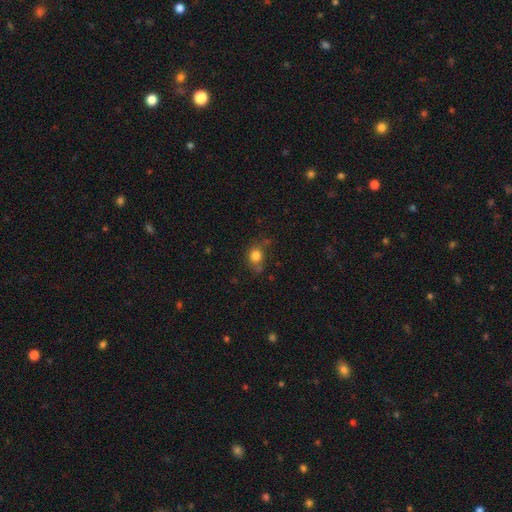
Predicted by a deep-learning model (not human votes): smooth-or-featured: smooth: 81% | star or artifact: 12% | featured or disk: 8%
  how-rounded: round: 68% | in between: 31% | cigar-shaped: 1%
  merging: none: 61% | minor disturbance: 24% | major disturbance: 8% | merger: 7%